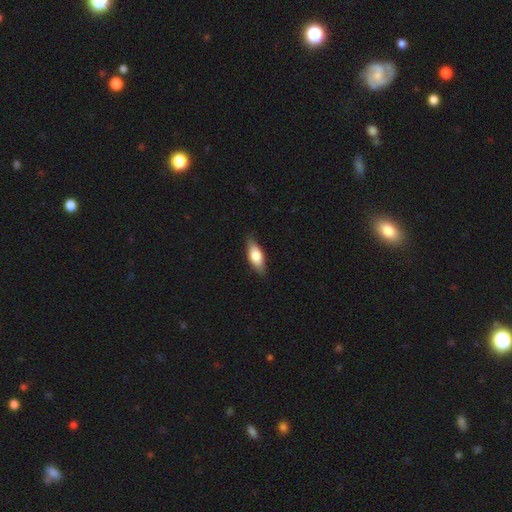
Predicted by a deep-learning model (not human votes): Smooth or featured? smooth (72%)
How rounded? in between (76%)
Merging? none (85%)